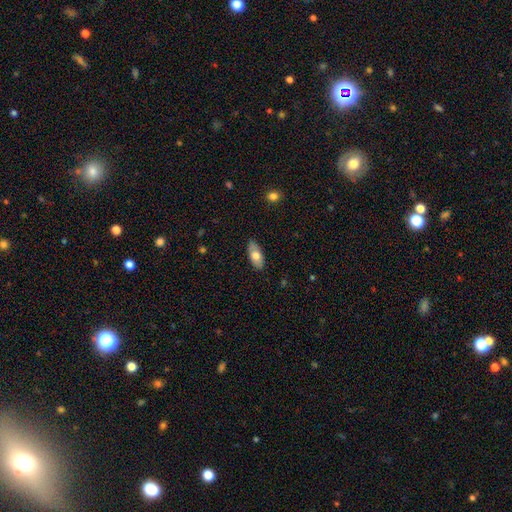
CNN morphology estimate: A smooth galaxy with no disk features (70%) that is in between round and cigar-shaped (89%). Merging: none (85%).